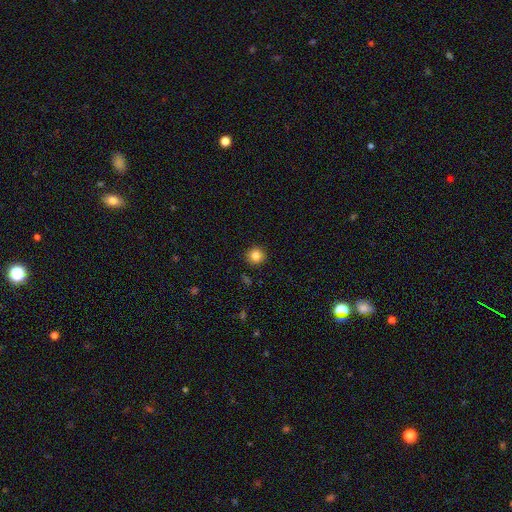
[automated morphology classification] Smooth or featured?
  - smooth: 84% *
  - star or artifact: 11%
  - featured or disk: 5%
How rounded?
  - round: 94% *
  - in between: 5%
  - cigar-shaped: 1%
Merging?
  - none: 92% *
  - minor disturbance: 5%
  - major disturbance: 2%
  - merger: 1%